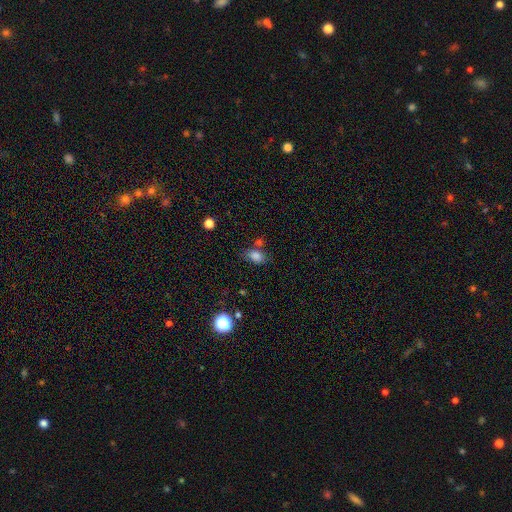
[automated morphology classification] A smooth galaxy with no disk features (81%) that is in between round and cigar-shaped (80%).

Vote fractions:
- Smooth or featured? smooth: 81% / star or artifact: 12% / featured or disk: 7%
- How rounded? in between: 80% / round: 18% / cigar-shaped: 2%
- Merging? none: 62% / minor disturbance: 19% / merger: 12% / major disturbance: 6%